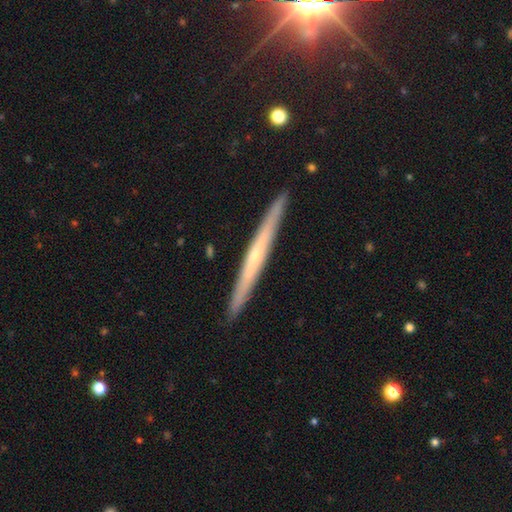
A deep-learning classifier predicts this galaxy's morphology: type=featured or disk (67%); edge-on=yes (97%); edge-on bulge=none (49%); merging=none (92%).